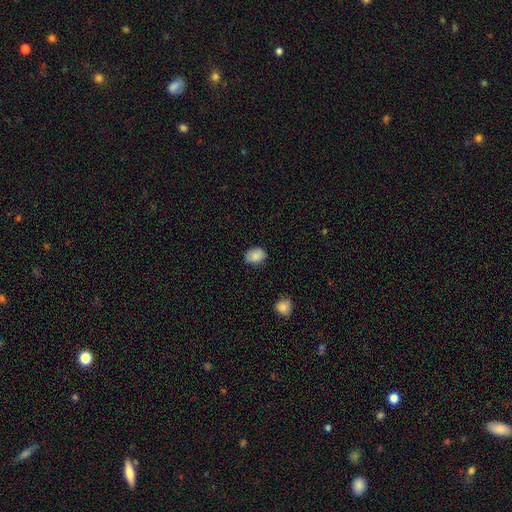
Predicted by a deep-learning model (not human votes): Morphology: type=smooth (87%); roundness=in between (69%); merging=none (81%).